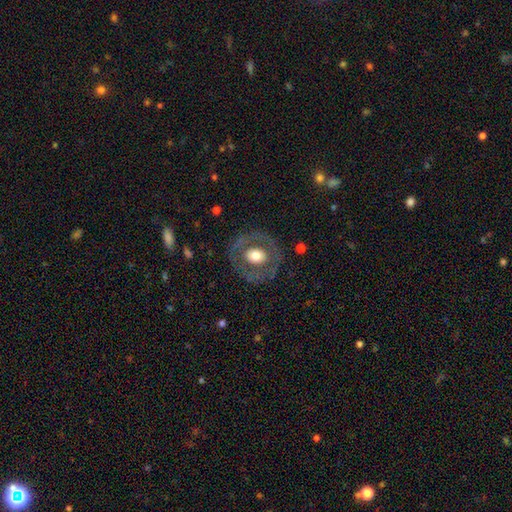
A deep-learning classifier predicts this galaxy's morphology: A smooth galaxy with no disk features (49%).

Vote fractions:
- Smooth or featured? smooth: 49% / featured or disk: 44% / star or artifact: 7%
- Merging? none: 81% / minor disturbance: 11% / major disturbance: 7% / merger: 1%